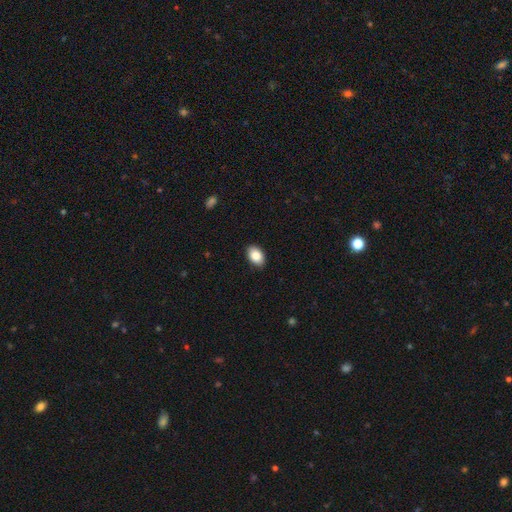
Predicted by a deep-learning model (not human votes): A smooth galaxy with no disk features (86%) that is in between round and cigar-shaped (88%). Merging: none (89%).